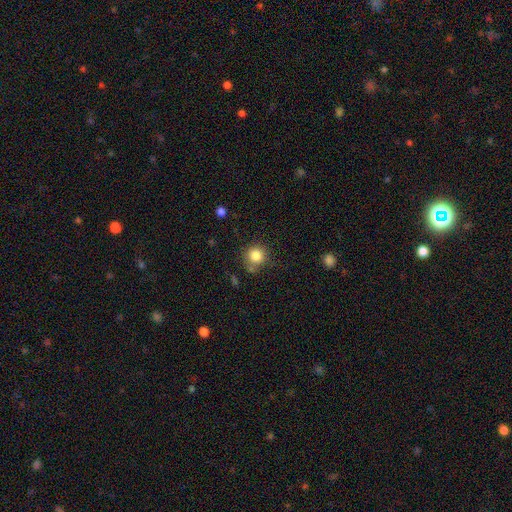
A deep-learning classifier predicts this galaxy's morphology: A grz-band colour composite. It shows a smooth galaxy with no disk features (84%) that is round (92%). Merging: none (75%).